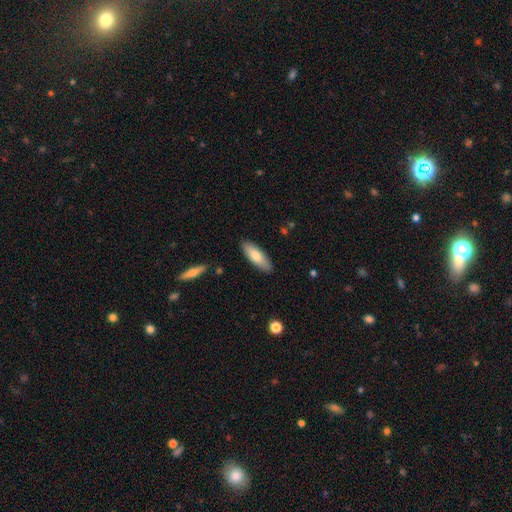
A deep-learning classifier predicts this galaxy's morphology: Smooth or featured: smooth — 75% (featured or disk — 19%)
How rounded: in between — 59% (cigar-shaped — 40%)
Merging: none — 87% (minor disturbance — 9%)